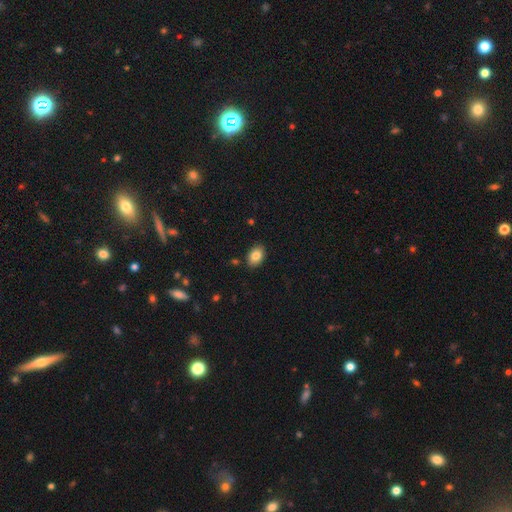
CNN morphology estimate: Q: Smooth or featured?
A: smooth (84%); runner-up: featured or disk (8%)
Q: How rounded?
A: in between (84%); runner-up: round (15%)
Q: Merging?
A: none (87%); runner-up: minor disturbance (10%)